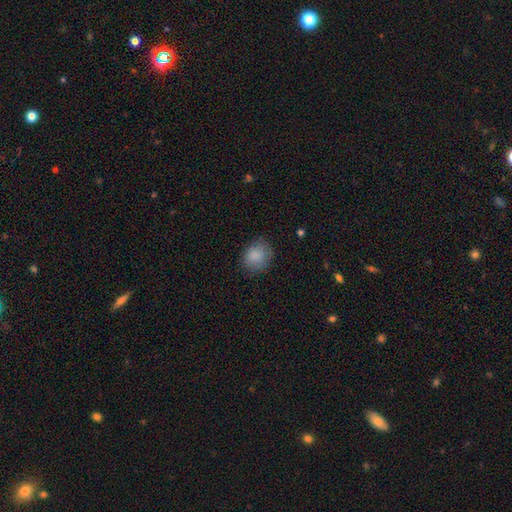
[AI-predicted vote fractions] Smooth or featured?
  - smooth: 87% *
  - star or artifact: 8%
  - featured or disk: 5%
How rounded?
  - round: 67% *
  - in between: 32%
  - cigar-shaped: 1%
Merging?
  - none: 77% *
  - minor disturbance: 17%
  - major disturbance: 4%
  - merger: 1%